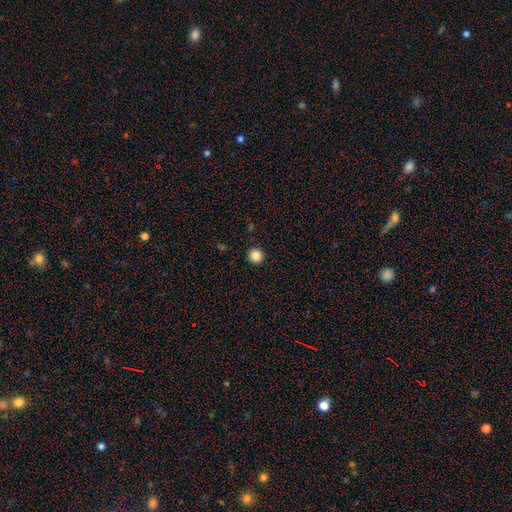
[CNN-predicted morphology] Smooth or featured? smooth (86%)
How rounded? round (94%)
Merging? none (93%)